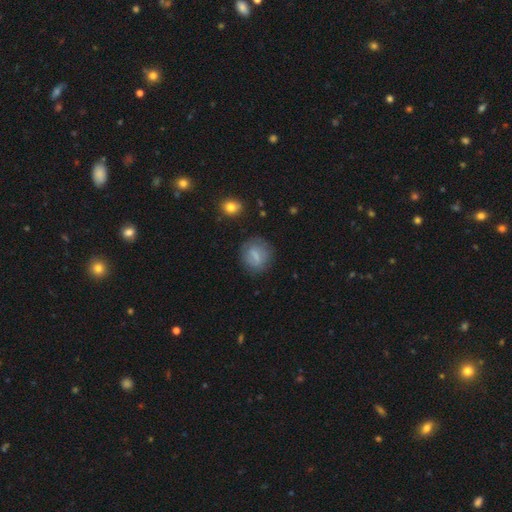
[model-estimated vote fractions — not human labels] smooth-or-featured: smooth: 68% | featured or disk: 23% | star or artifact: 9%
  how-rounded: round: 71% | in between: 27% | cigar-shaped: 3%
  merging: none: 75% | minor disturbance: 16% | major disturbance: 7% | merger: 2%